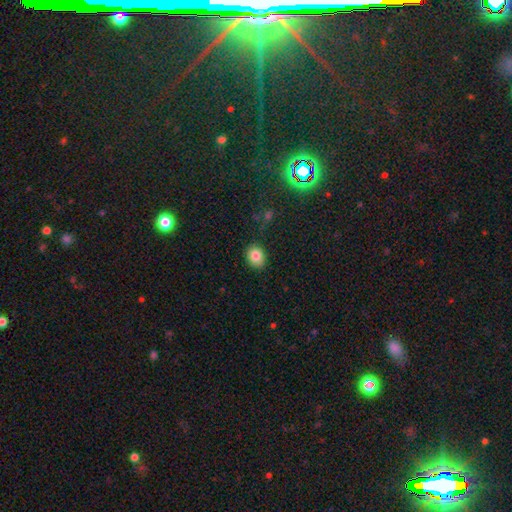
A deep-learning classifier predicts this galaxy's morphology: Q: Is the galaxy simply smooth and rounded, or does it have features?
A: smooth — 83%.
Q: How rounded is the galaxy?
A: in between — 51%.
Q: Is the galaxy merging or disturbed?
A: none — 86%.